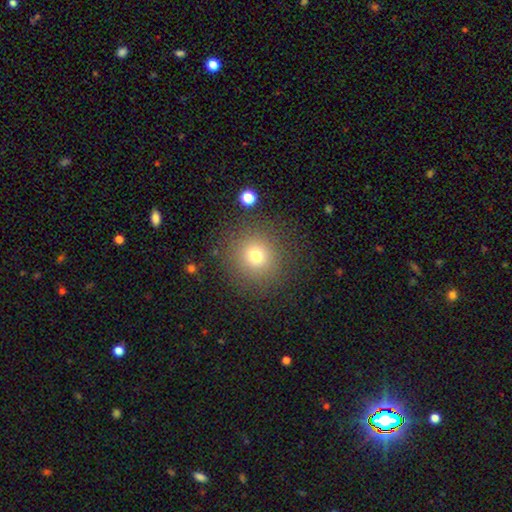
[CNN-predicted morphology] The model was most divided on "smooth or featured": smooth: 73%, star or artifact: 16%, featured or disk: 11%. More confident: how rounded — round (92%); merging — none (85%).